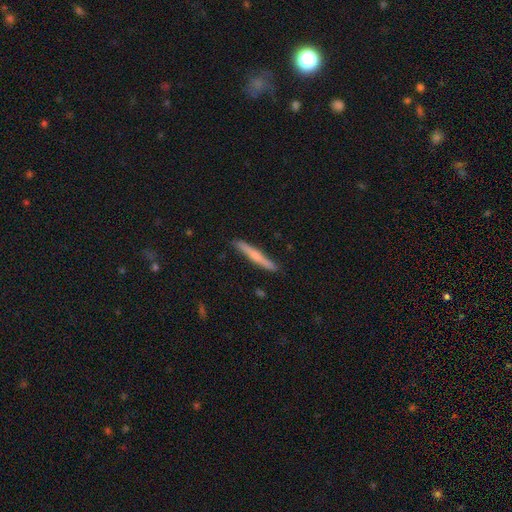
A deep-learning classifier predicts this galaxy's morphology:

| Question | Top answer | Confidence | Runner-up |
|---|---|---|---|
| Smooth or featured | smooth | 50% | featured or disk (45%) |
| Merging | none | 89% | minor disturbance (8%) |